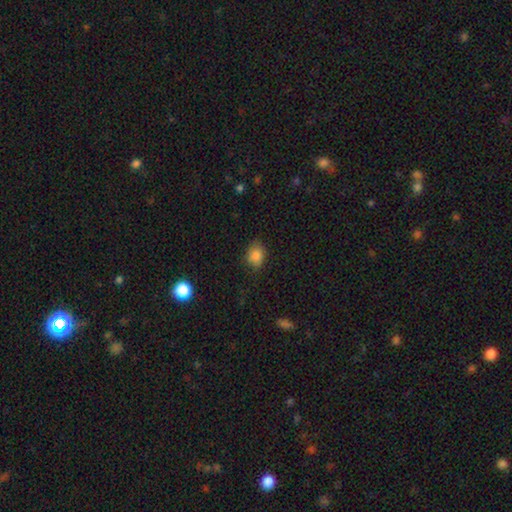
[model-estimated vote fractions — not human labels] Overall: smooth (85%). How rounded: in between (59%; round 39%). Merging: none (74%).